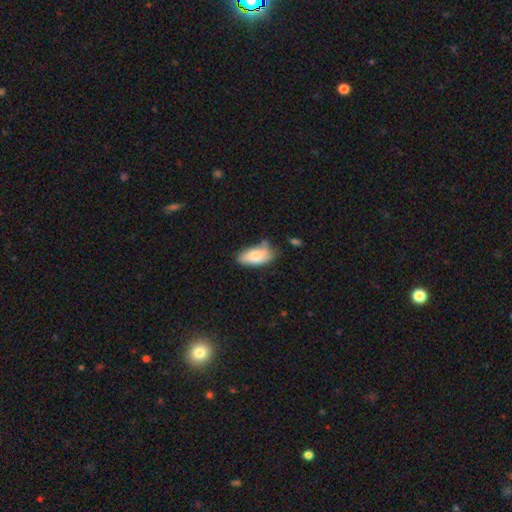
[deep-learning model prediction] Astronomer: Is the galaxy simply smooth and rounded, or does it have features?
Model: smooth — 77%.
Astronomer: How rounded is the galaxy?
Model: in between — 92%.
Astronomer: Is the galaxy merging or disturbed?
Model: none — 50% (runner-up: minor disturbance, 33%).